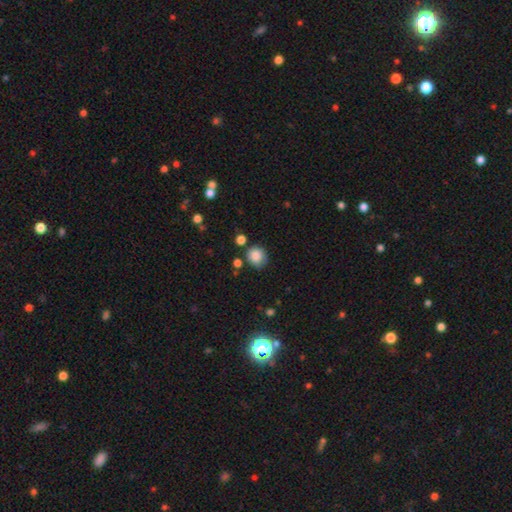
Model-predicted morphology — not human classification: smooth 85%, star or artifact 9%, featured or disk 5%. Down the decision tree: how rounded — round (85%); merging — none (74%).